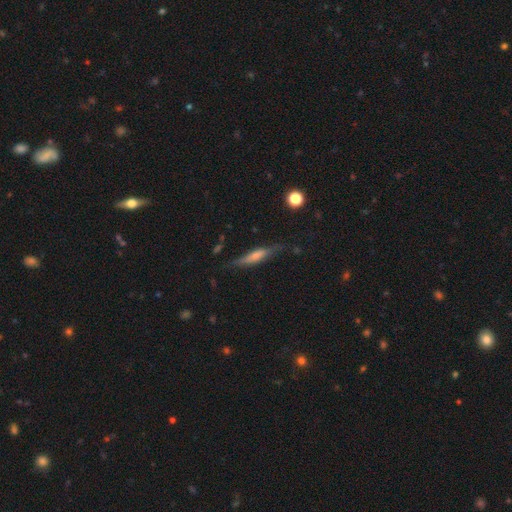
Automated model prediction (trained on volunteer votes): A featured or disk galaxy (47%).

Vote fractions:
- Smooth or featured? featured or disk: 47% / smooth: 46% / star or artifact: 8%
- Merging? none: 72% / minor disturbance: 20% / major disturbance: 6% / merger: 2%